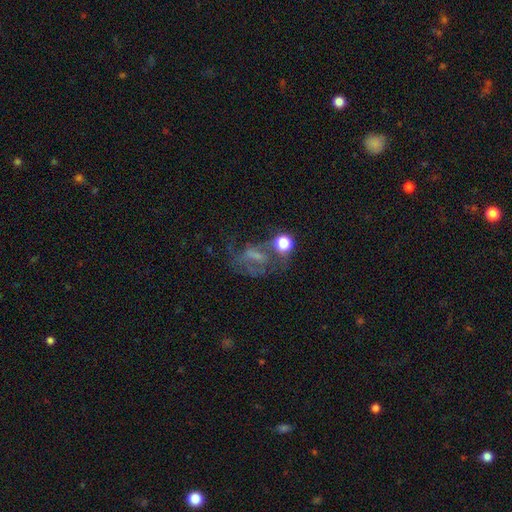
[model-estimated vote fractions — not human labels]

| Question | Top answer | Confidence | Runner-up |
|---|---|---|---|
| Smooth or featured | featured or disk | 48% | star or artifact (29%) |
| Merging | none | 38% | major disturbance (32%) |